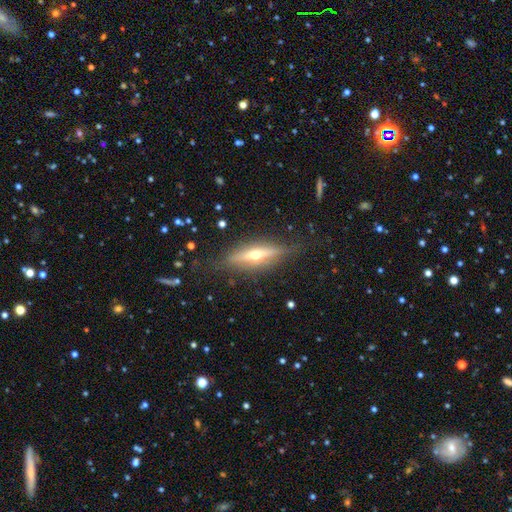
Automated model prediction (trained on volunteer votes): A featured or disk galaxy (69%) viewed edge-on (91%) with a rounded central bulge (93%). Merging: none (81%).